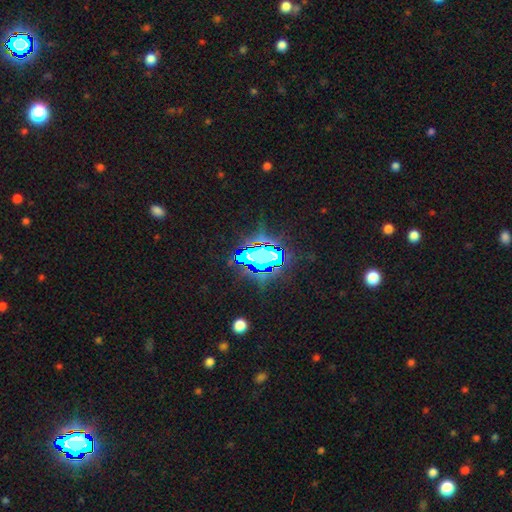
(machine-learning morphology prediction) The model was most divided on "smooth or featured": star or artifact: 68%, smooth: 17%, featured or disk: 15%.